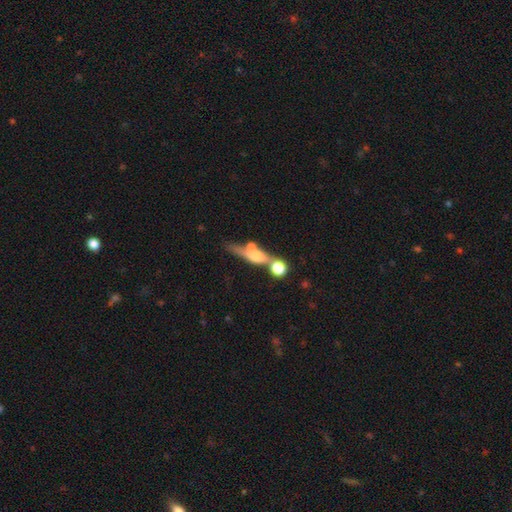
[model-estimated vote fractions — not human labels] A featured or disk galaxy (55%) viewed edge-on (81%). Merging: none (49%).